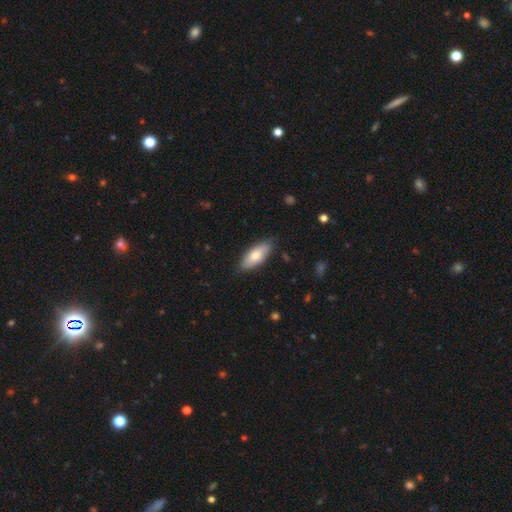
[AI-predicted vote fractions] smooth-or-featured: smooth: 71% | featured or disk: 24% | star or artifact: 6%
  how-rounded: in between: 82% | cigar-shaped: 16% | round: 2%
  merging: none: 83% | minor disturbance: 14% | major disturbance: 2% | merger: 1%